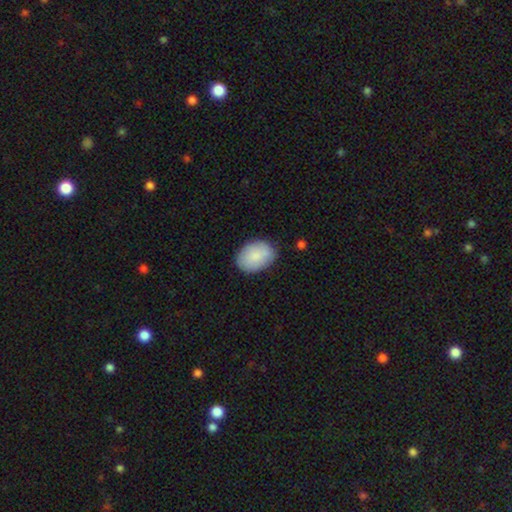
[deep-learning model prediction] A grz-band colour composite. It shows a smooth galaxy with no disk features (84%) that is in between round and cigar-shaped (82%). Merging: none (79%).